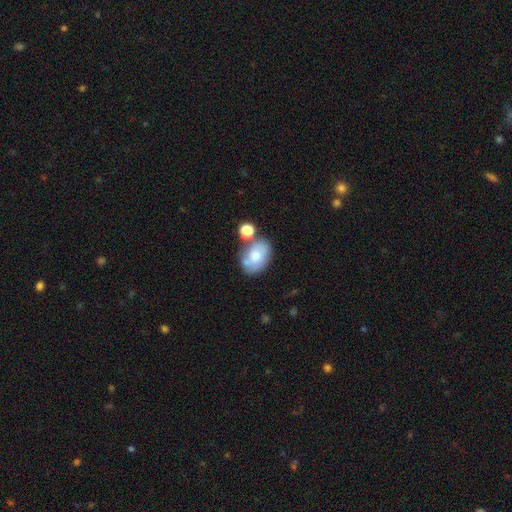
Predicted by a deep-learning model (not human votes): This is likely a smooth galaxy (62%). How rounded: likely in between (76%). Merging: possibly none (48%).